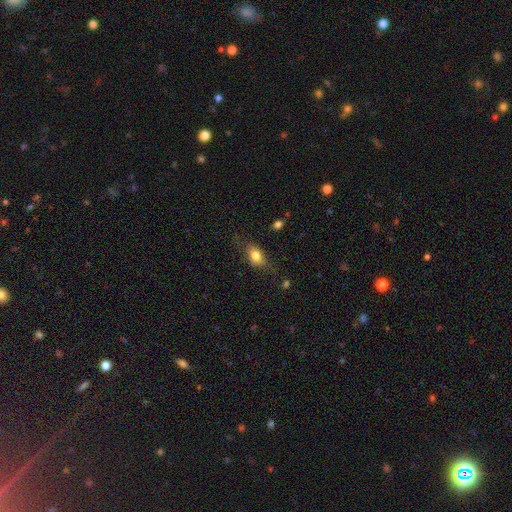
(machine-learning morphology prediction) The model was most divided on "merging": none: 64%, minor disturbance: 24%, major disturbance: 10%, merger: 2%. More confident: how rounded — in between (75%); smooth or featured — smooth (74%).